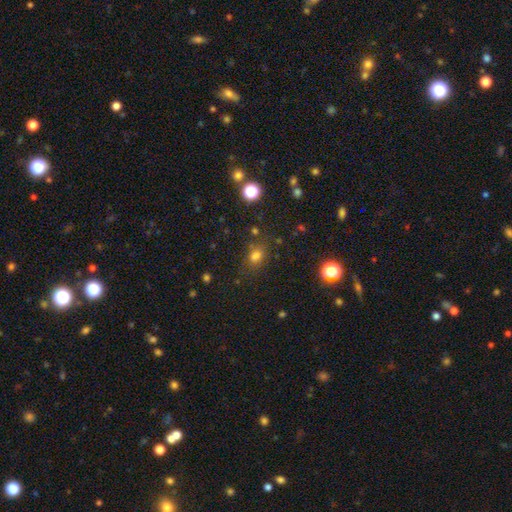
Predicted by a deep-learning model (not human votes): Morphology: type=smooth (71%); roundness=in between (59%); merging=none (73%).